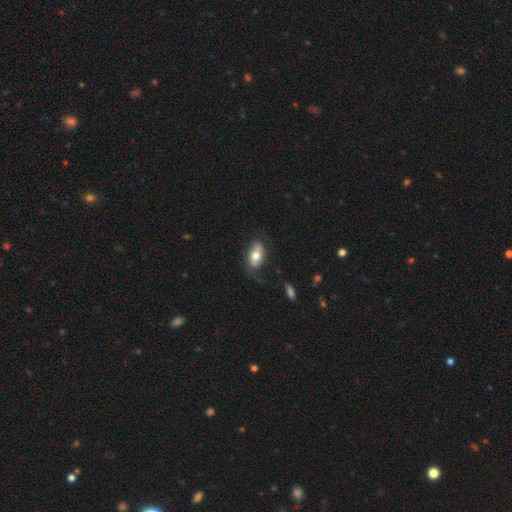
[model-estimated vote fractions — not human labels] Smooth or featured: smooth — 63% (featured or disk — 30%)
How rounded: in between — 89% (round — 7%)
Merging: none — 66% (minor disturbance — 23%)